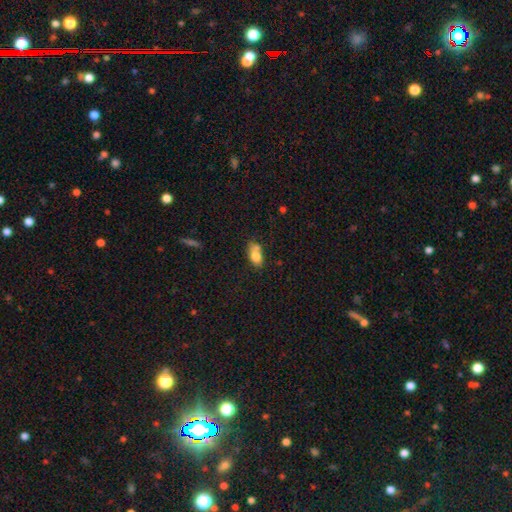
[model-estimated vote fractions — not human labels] A smooth galaxy with no disk features (76%) that is in between round and cigar-shaped (79%).

Vote fractions:
- Smooth or featured? smooth: 76% / featured or disk: 14% / star or artifact: 9%
- How rounded? in between: 79% / round: 15% / cigar-shaped: 5%
- Merging? none: 40% / merger: 31% / minor disturbance: 22% / major disturbance: 8%